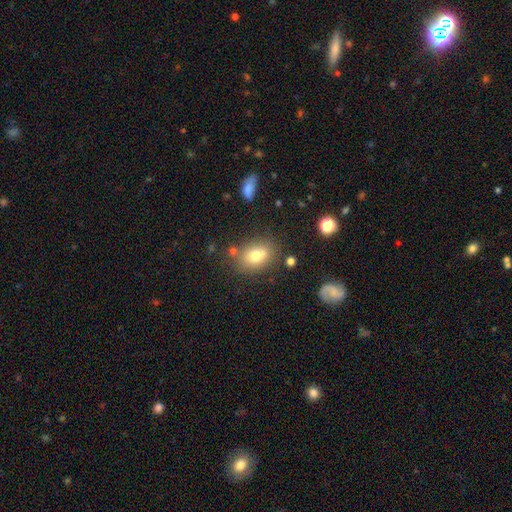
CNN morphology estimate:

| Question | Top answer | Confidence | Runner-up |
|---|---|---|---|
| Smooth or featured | smooth | 73% | featured or disk (16%) |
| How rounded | in between | 71% | round (28%) |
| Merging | none | 69% | minor disturbance (16%) |